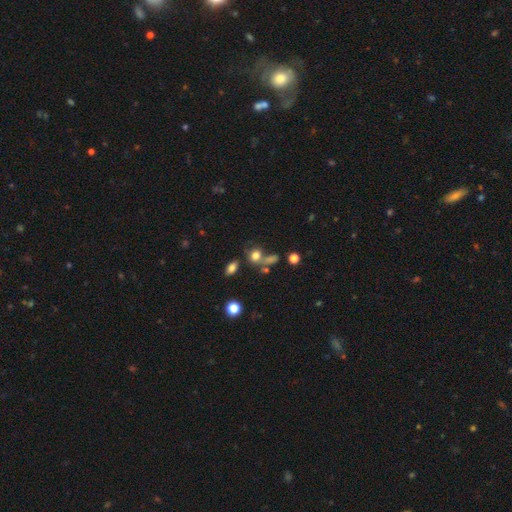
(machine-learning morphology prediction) The model was most divided on "how rounded": round: 54%, in between: 43%, cigar-shaped: 3%. More confident: smooth or featured — smooth (74%); merging — none (51%).